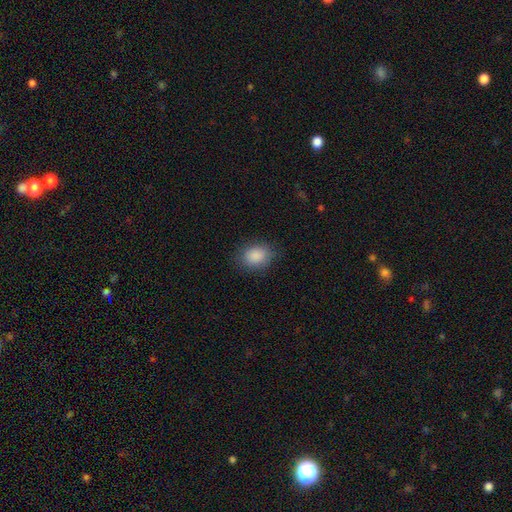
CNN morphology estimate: A smooth galaxy with no disk features (88%) that is in between round and cigar-shaped (63%). Merging: none (82%).